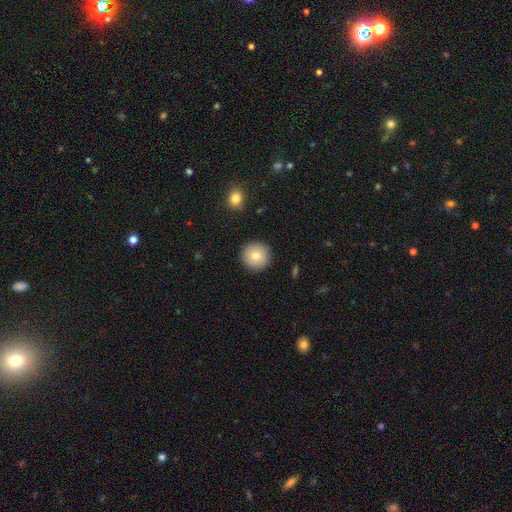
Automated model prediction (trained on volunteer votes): Smooth or featured? Predicted: smooth (p=0.80). How rounded? Predicted: round (p=0.96). Merging? Predicted: none (p=0.91).